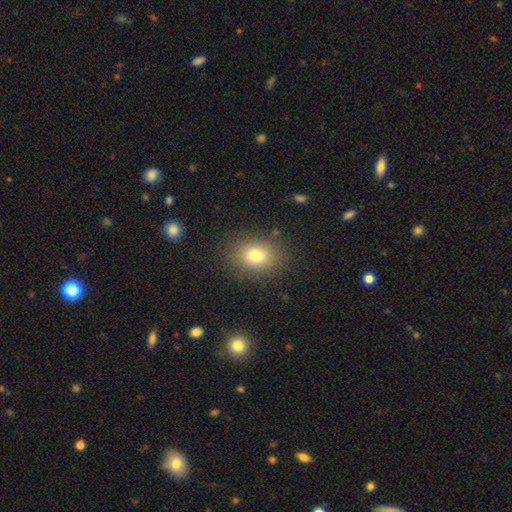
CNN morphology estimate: Smooth or featured? smooth (77%)
How rounded? in between (55%)
Merging? none (85%)